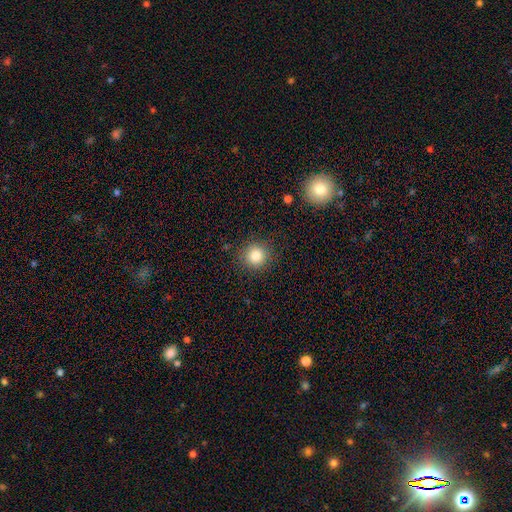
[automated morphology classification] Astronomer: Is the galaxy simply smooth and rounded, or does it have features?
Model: smooth — 82%.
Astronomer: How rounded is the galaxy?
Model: round — 93%.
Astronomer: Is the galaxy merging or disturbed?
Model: none — 89%.